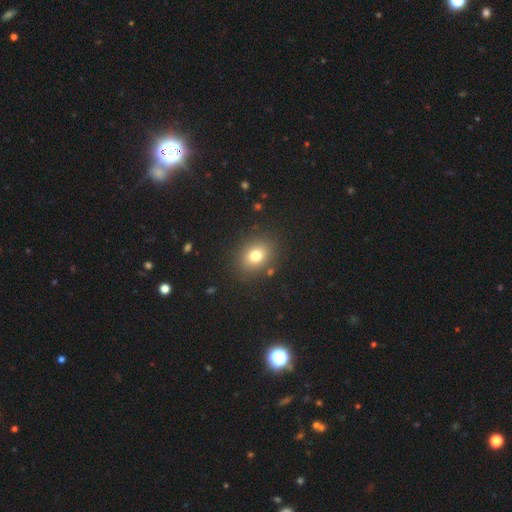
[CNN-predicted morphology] The model was most divided on "how rounded": round: 52%, in between: 47%, cigar-shaped: 1%. More confident: merging — none (86%); smooth or featured — smooth (77%).